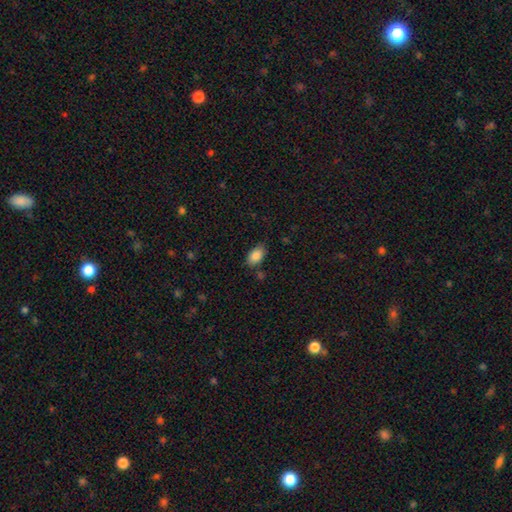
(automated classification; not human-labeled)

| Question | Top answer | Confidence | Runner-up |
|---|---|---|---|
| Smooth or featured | smooth | 87% | star or artifact (8%) |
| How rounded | in between | 91% | round (7%) |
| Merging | none | 76% | minor disturbance (17%) |